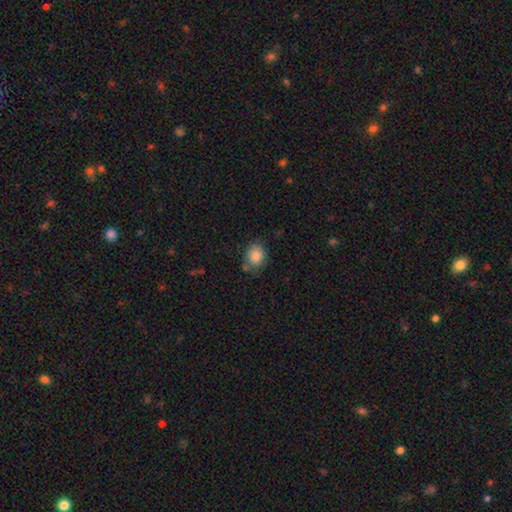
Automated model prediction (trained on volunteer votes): smooth-or-featured: smooth: 86% | star or artifact: 8% | featured or disk: 6%
  how-rounded: round: 58% | in between: 41% | cigar-shaped: 1%
  merging: none: 68% | minor disturbance: 21% | merger: 6% | major disturbance: 6%